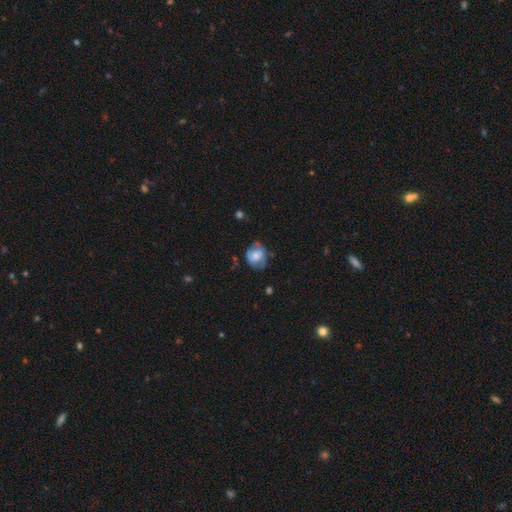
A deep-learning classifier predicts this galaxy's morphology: Overall: featured or disk (47%; smooth 45%). Merging: none (61%; minor disturbance 26%).